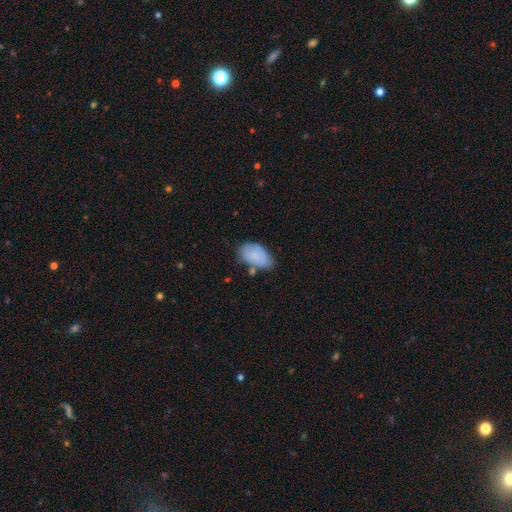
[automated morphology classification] smooth-or-featured: smooth: 82% | featured or disk: 11% | star or artifact: 7%
  how-rounded: in between: 94% | round: 4% | cigar-shaped: 2%
  merging: none: 60% | minor disturbance: 25% | merger: 9% | major disturbance: 6%